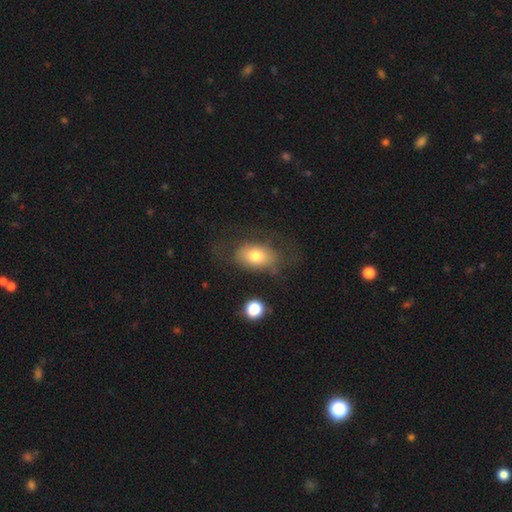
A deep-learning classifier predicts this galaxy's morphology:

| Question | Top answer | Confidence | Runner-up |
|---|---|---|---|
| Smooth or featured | smooth | 71% | featured or disk (20%) |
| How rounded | in between | 85% | round (13%) |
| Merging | none | 57% | minor disturbance (22%) |